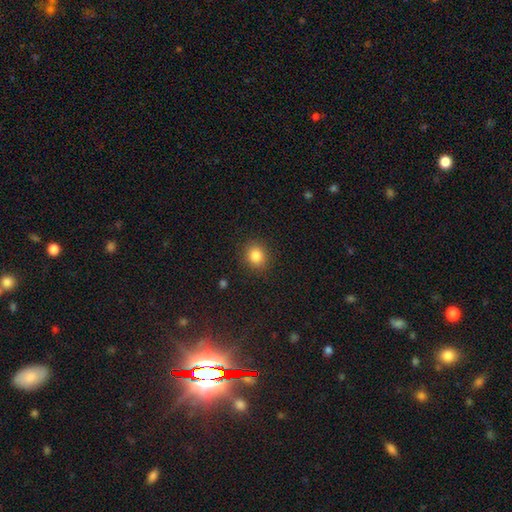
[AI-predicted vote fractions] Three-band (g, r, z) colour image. It shows a smooth galaxy with no disk features (85%) that is round (79%). Merging: none (89%).